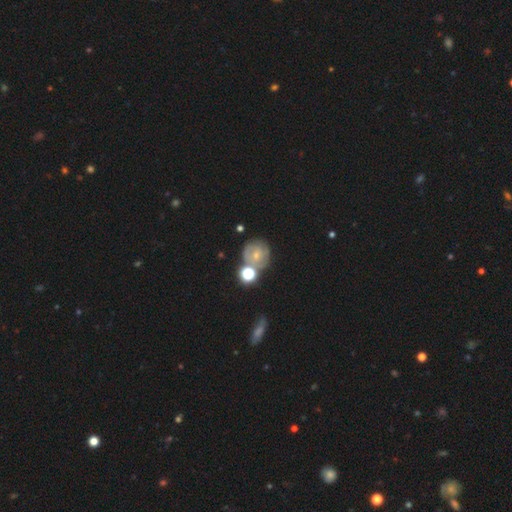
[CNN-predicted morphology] Overall: featured or disk (50%; smooth 37%). Edge-on disk: no (97%). Merging: none (56%; merger 20%).